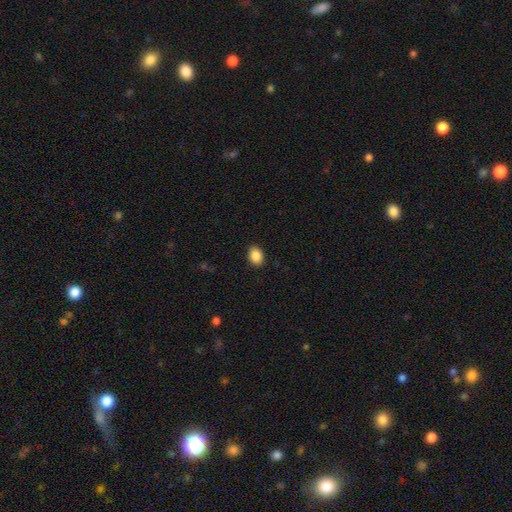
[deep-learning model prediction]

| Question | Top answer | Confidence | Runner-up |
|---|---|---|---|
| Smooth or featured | smooth | 88% | star or artifact (8%) |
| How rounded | in between | 68% | round (31%) |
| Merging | none | 89% | minor disturbance (8%) |